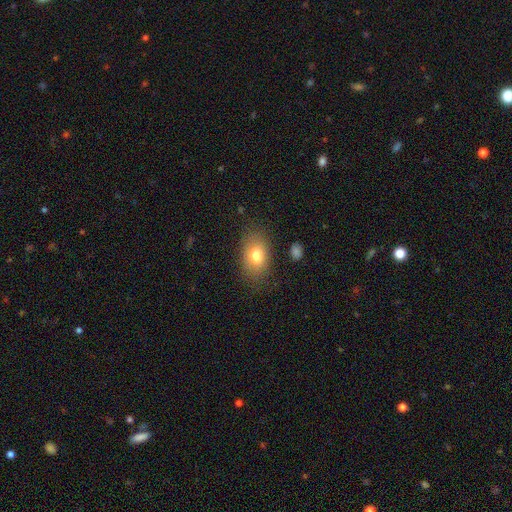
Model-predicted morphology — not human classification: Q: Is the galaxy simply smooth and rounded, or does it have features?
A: smooth — 77%.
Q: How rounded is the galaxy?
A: in between — 84%.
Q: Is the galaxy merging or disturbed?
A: none — 81%.